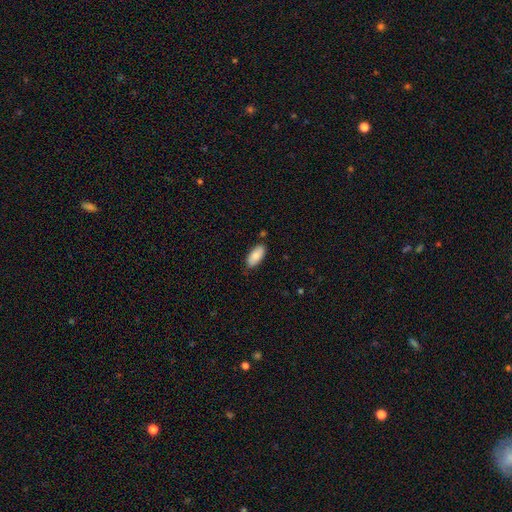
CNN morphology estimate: A smooth galaxy with no disk features (85%) that is in between round and cigar-shaped (91%). Merging: none (82%).